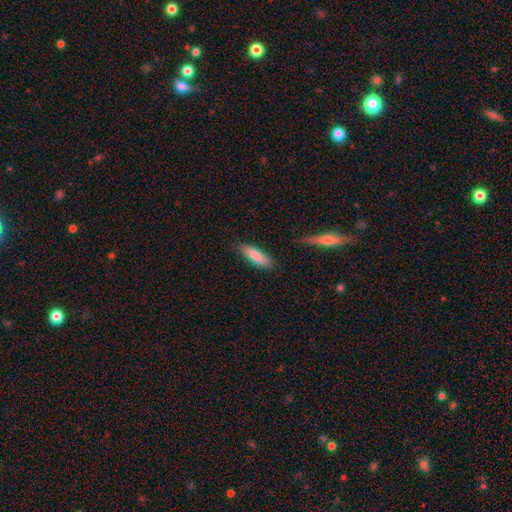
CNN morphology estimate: Smooth or featured? smooth (84%)
How rounded? in between (49%, tied with cigar-shaped)
Merging? none (82%)